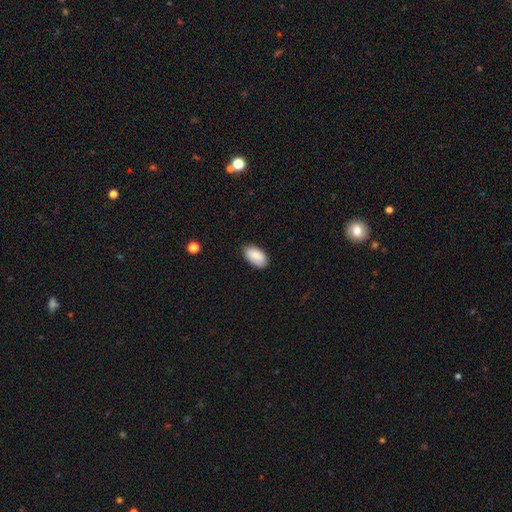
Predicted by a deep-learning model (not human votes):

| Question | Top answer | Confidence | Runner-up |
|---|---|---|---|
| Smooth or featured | smooth | 89% | star or artifact (6%) |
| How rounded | in between | 95% | round (3%) |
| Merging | none | 85% | minor disturbance (12%) |